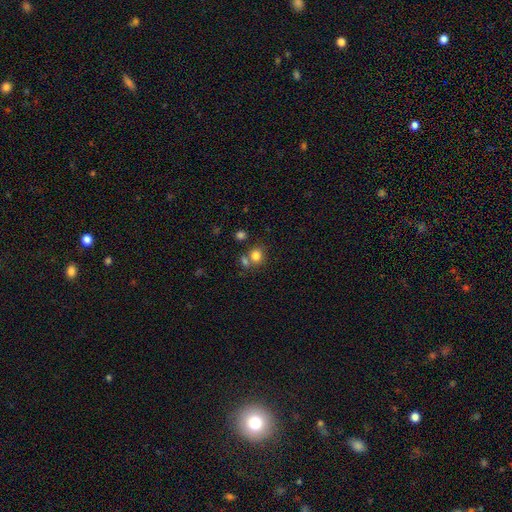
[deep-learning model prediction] Smooth or featured? smooth (80%)
How rounded? round (71%)
Merging? none (57%)